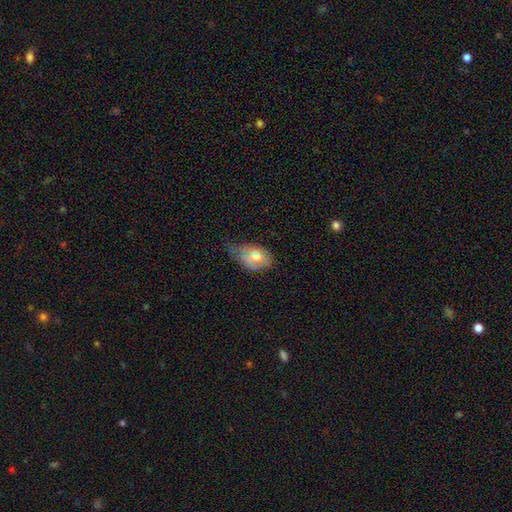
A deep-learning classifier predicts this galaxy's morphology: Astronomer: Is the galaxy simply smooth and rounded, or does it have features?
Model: smooth — 68%.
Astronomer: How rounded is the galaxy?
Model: in between — 84%.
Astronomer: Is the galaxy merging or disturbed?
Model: minor disturbance — 46% (runner-up: none, 31%).